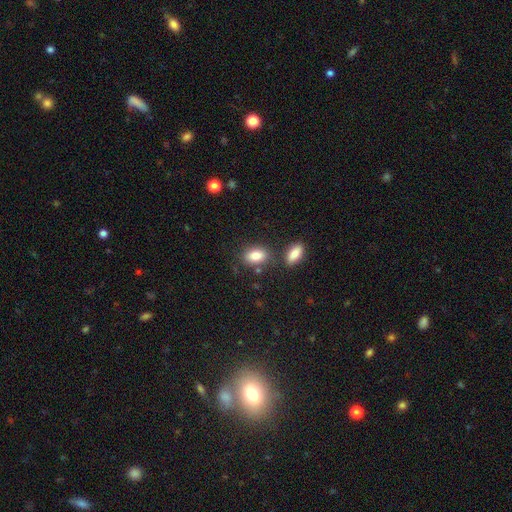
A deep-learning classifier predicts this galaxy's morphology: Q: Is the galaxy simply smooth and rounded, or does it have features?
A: smooth — 84%.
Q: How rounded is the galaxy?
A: in between — 86%.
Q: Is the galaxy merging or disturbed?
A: none — 70%.